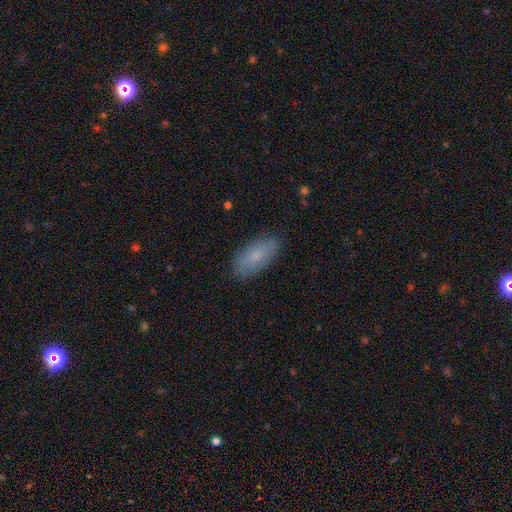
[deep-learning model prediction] smooth 78%, featured or disk 15%, star or artifact 7%. Down the decision tree: how rounded — in between (87%); merging — none (83%).